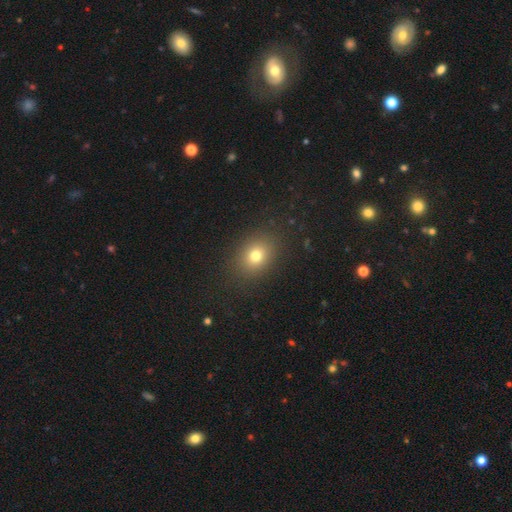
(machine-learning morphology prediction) Smooth or featured: smooth — 76% (star or artifact — 15%)
How rounded: round — 50% (in between — 49%)
Merging: none — 87% (minor disturbance — 8%)